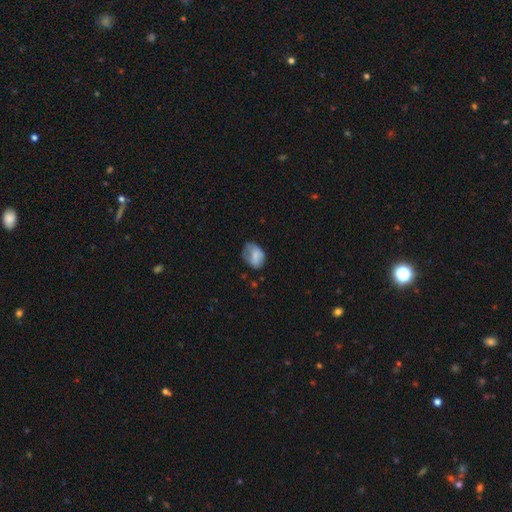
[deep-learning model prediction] This appears to be a smooth galaxy with no disk features (72%) that is in between round and cigar-shaped (73%). Merging: none (47%).